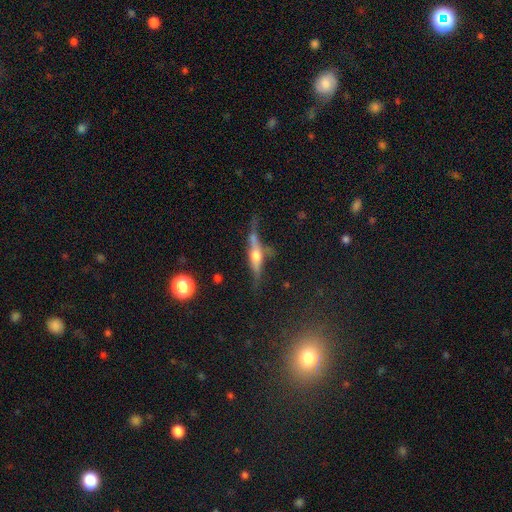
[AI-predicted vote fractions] Q: Smooth or featured?
A: featured or disk (69%); runner-up: smooth (21%)
Q: Edge-on disk?
A: yes (88%); runner-up: no (12%)
Q: Edge-on bulge?
A: rounded (88%); runner-up: boxy (7%)
Q: Merging?
A: none (53%); runner-up: minor disturbance (24%)